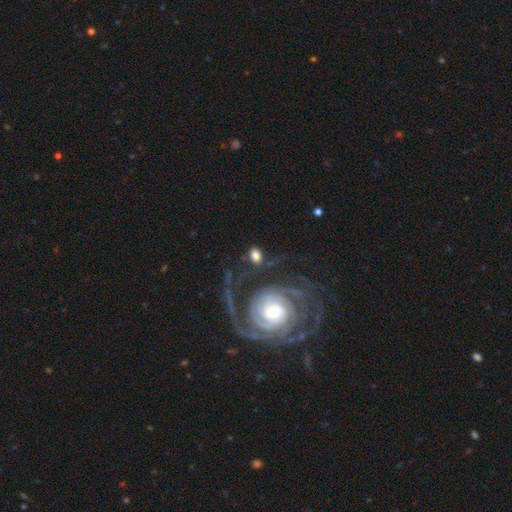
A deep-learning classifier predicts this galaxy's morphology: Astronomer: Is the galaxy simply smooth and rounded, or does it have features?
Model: featured or disk — 48% (runner-up: smooth, 43%).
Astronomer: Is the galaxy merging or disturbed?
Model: none — 55%.